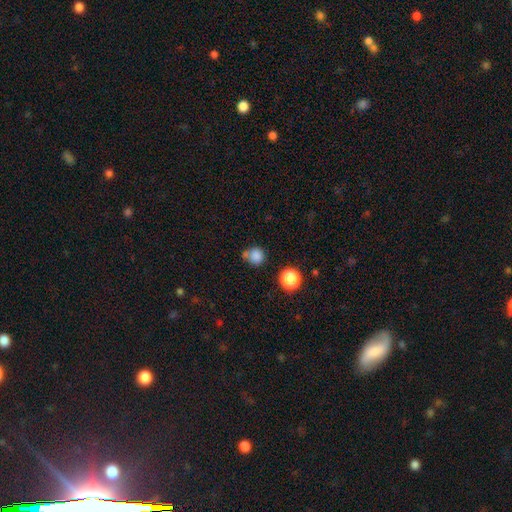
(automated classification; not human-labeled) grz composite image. It shows a smooth galaxy with no disk features (82%) that is round (89%). Merging: none (60%).